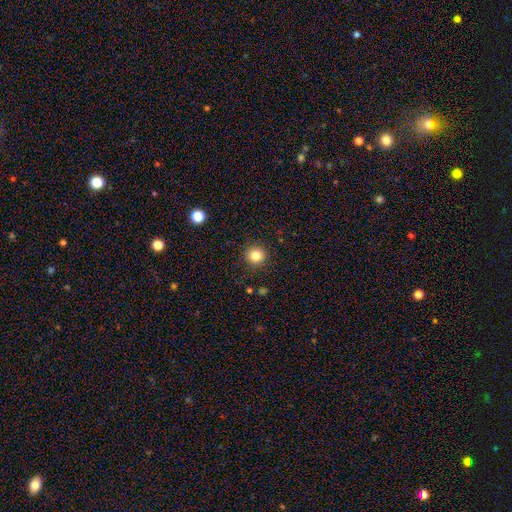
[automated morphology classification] Smooth or featured: smooth — 83% (star or artifact — 11%)
How rounded: round — 93% (in between — 6%)
Merging: none — 90% (minor disturbance — 6%)